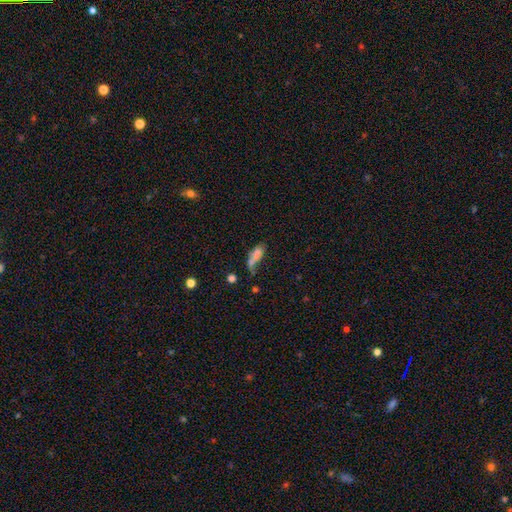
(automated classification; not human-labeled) smooth 67%, featured or disk 21%, star or artifact 12%. Down the decision tree: how rounded — in between (69%); merging — merger (36%).